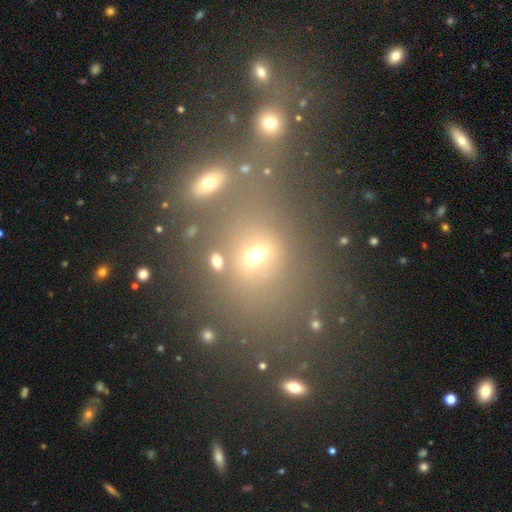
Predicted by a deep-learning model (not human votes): Smooth or featured?
  - smooth: 49% *
  - star or artifact: 34%
  - featured or disk: 16%
Merging?
  - none: 50% *
  - merger: 28%
  - minor disturbance: 13%
  - major disturbance: 9%